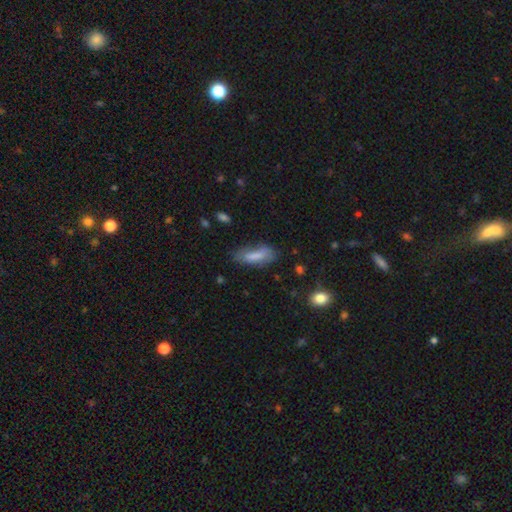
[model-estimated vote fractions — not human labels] Q: Smooth or featured?
A: smooth (74%); runner-up: featured or disk (18%)
Q: How rounded?
A: in between (60%); runner-up: cigar-shaped (38%)
Q: Merging?
A: none (53%); runner-up: minor disturbance (29%)